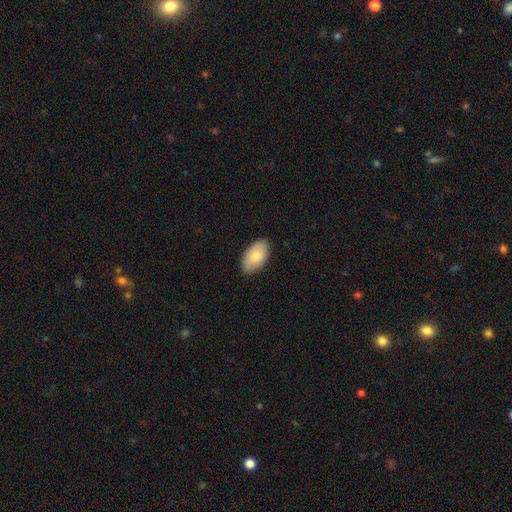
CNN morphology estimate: Overall: smooth (83%). How rounded: in between (95%). Merging: none (86%).